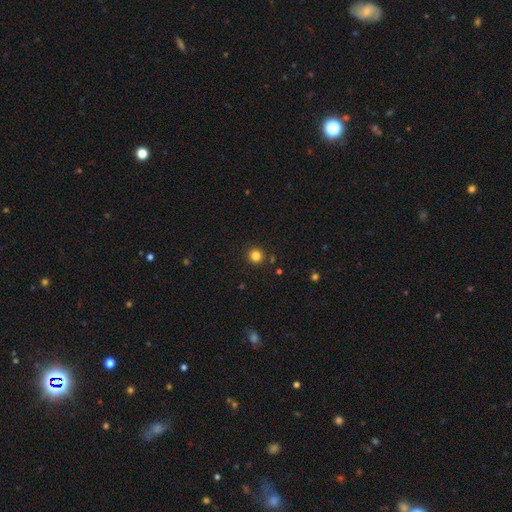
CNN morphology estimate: A smooth galaxy with no disk features (83%) that is round (94%). Merging: none (90%).